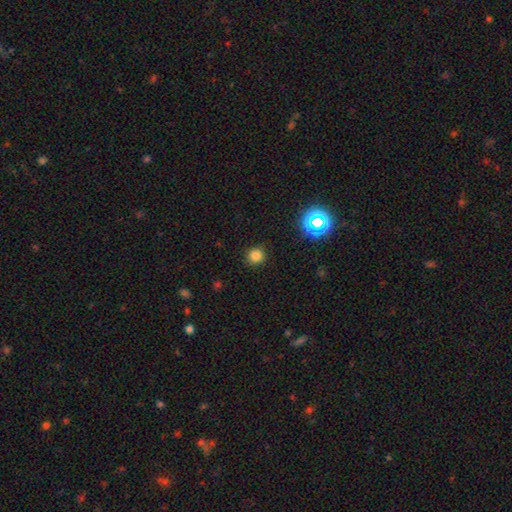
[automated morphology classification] Overall: smooth (79%). How rounded: round (90%). Merging: none (90%).